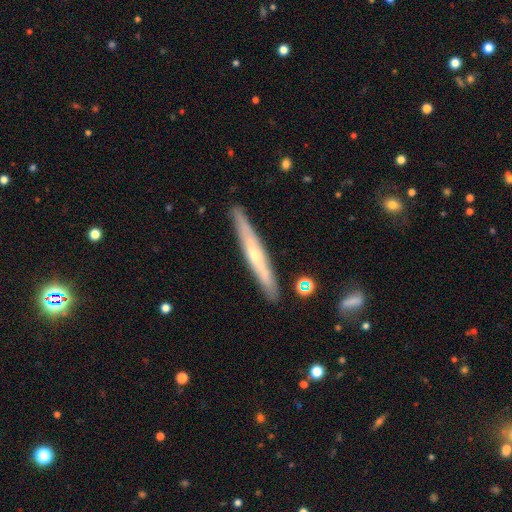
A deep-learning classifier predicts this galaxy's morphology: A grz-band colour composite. It shows a featured or disk galaxy (63%) viewed edge-on (92%) with a rounded central bulge (60%). Merging: none (87%).